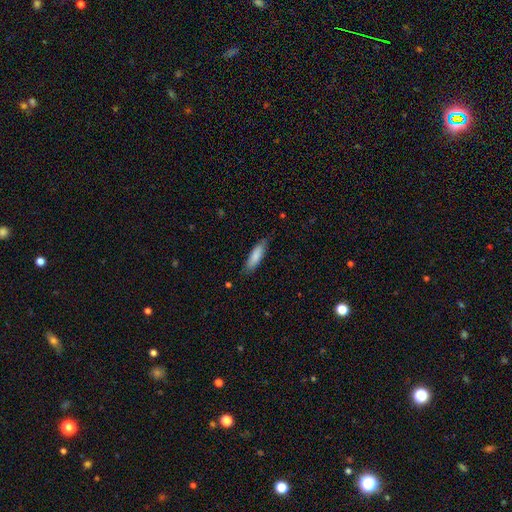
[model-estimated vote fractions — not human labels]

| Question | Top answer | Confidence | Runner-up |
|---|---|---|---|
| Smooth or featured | smooth | 84% | featured or disk (10%) |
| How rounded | cigar-shaped | 56% | in between (43%) |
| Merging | none | 79% | minor disturbance (17%) |